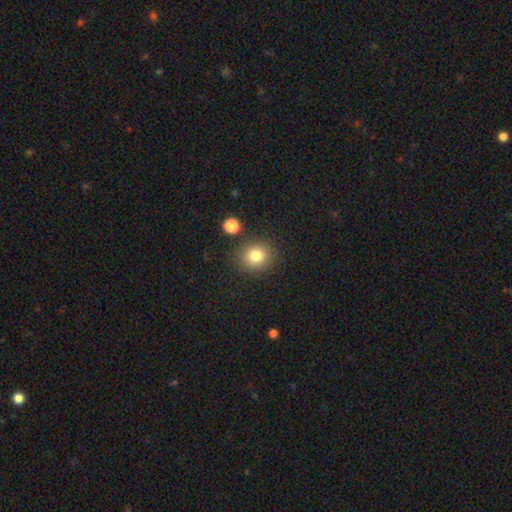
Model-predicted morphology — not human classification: Smooth or featured?
  - smooth: 80% *
  - star or artifact: 13%
  - featured or disk: 7%
How rounded?
  - round: 81% *
  - in between: 18%
  - cigar-shaped: 1%
Merging?
  - none: 85% *
  - minor disturbance: 8%
  - merger: 4%
  - major disturbance: 3%